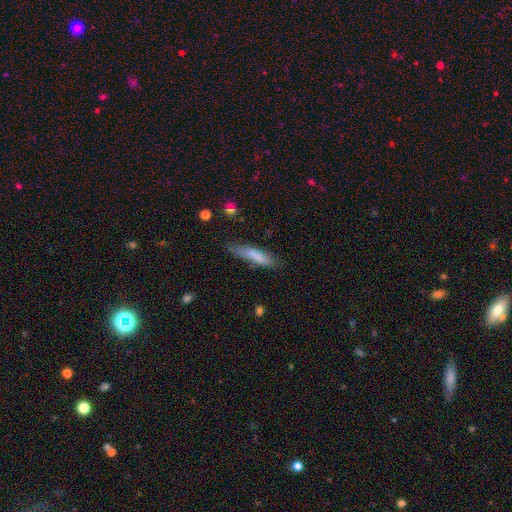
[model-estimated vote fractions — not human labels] Smooth or featured?
  - smooth: 76% *
  - featured or disk: 17%
  - star or artifact: 6%
How rounded?
  - cigar-shaped: 80% *
  - in between: 19%
  - round: 1%
Merging?
  - none: 67% *
  - minor disturbance: 24%
  - major disturbance: 6%
  - merger: 3%